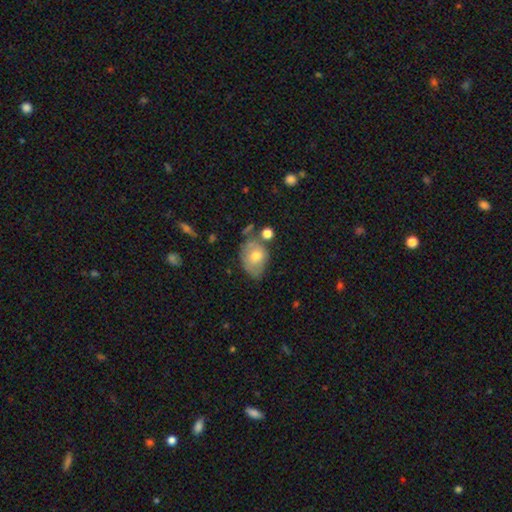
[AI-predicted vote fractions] This appears to be a smooth galaxy with no disk features (65%) that is in between round and cigar-shaped (75%). Merging: none (44%).